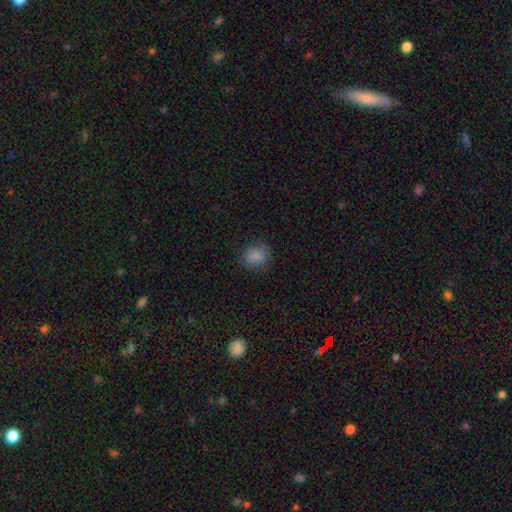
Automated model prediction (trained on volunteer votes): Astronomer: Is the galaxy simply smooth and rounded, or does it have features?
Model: smooth — 84%.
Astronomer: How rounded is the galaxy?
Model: round — 68%.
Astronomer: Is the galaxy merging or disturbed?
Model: none — 78%.